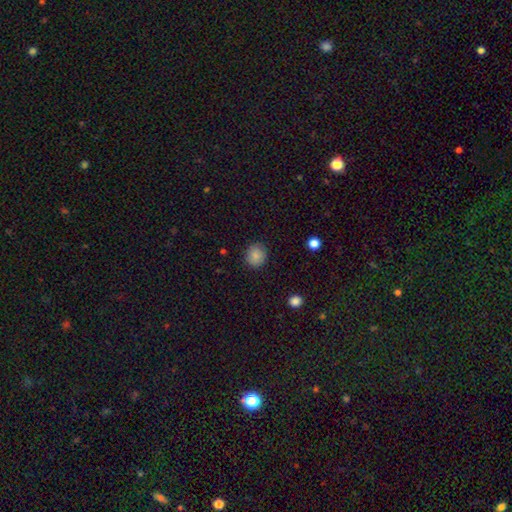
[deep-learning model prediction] smooth-or-featured: smooth: 87% | star or artifact: 9% | featured or disk: 4%
  how-rounded: round: 81% | in between: 18% | cigar-shaped: 1%
  merging: none: 88% | minor disturbance: 8% | major disturbance: 3% | merger: 1%